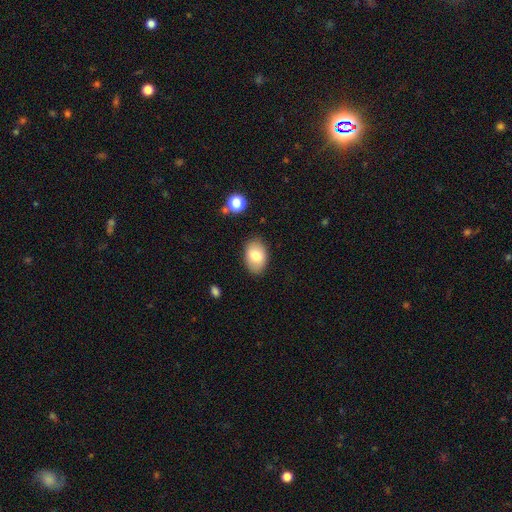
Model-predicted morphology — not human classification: Smooth or featured? Predicted: smooth (p=0.78). How rounded? Predicted: in between (p=0.87). Merging? Predicted: none (p=0.85).